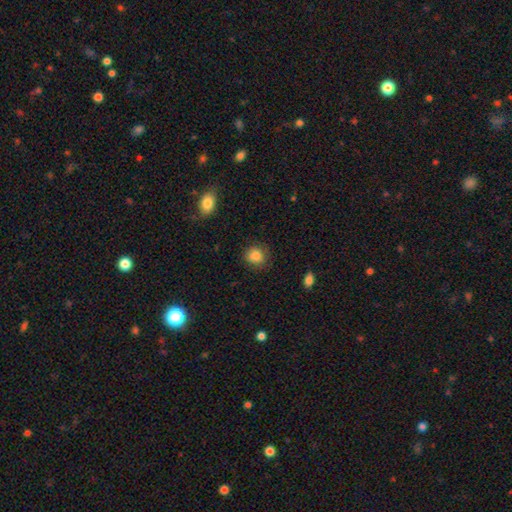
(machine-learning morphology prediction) Q: Smooth or featured?
A: smooth (85%); runner-up: star or artifact (10%)
Q: How rounded?
A: round (80%); runner-up: in between (19%)
Q: Merging?
A: none (82%); runner-up: minor disturbance (13%)